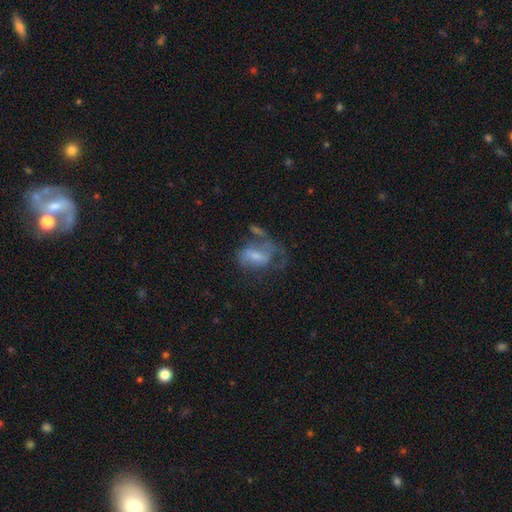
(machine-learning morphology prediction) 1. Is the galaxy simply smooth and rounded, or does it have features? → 56% featured or disk, 34% smooth, 10% star or artifact.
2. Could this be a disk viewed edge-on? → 96% no, 4% yes.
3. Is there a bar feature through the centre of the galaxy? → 44% weak, 37% no, 18% strong.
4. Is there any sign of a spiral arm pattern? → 60% yes, 40% no.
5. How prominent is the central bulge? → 37% small, 35% moderate, 19% none, 8% large, 2% dominant.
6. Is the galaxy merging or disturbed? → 41% major disturbance, 27% none, 19% minor disturbance, 13% merger.